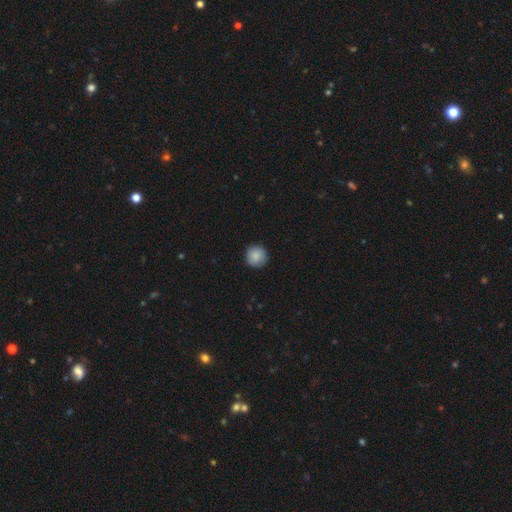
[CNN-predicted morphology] type=smooth (88%); roundness=round (95%); merging=none (91%).